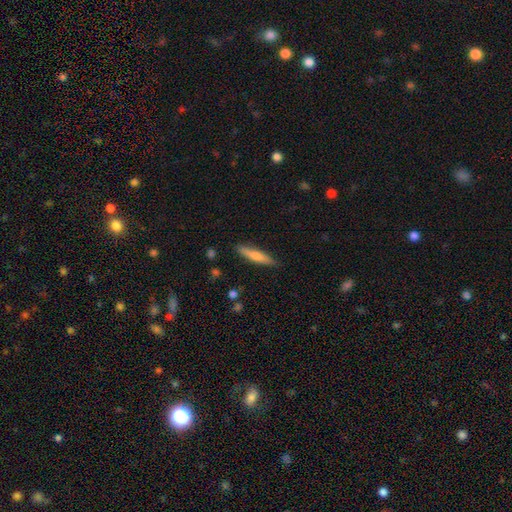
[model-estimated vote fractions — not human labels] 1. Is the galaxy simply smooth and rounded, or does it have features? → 69% smooth, 25% featured or disk, 6% star or artifact.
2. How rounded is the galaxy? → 86% cigar-shaped, 13% in between, 2% round.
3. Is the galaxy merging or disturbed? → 86% none, 10% minor disturbance, 2% major disturbance, 1% merger.